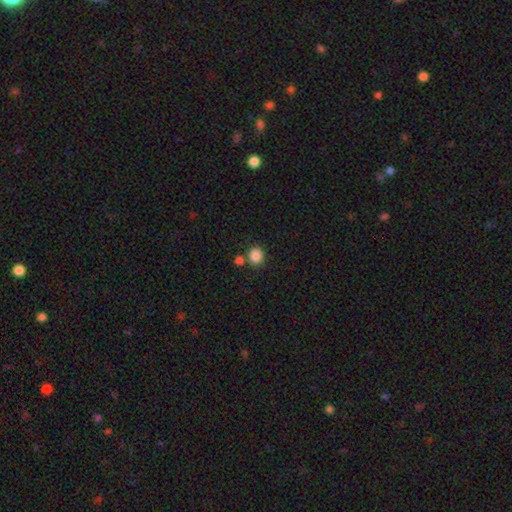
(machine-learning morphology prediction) Overall: smooth (86%). How rounded: round (80%). Merging: none (73%).